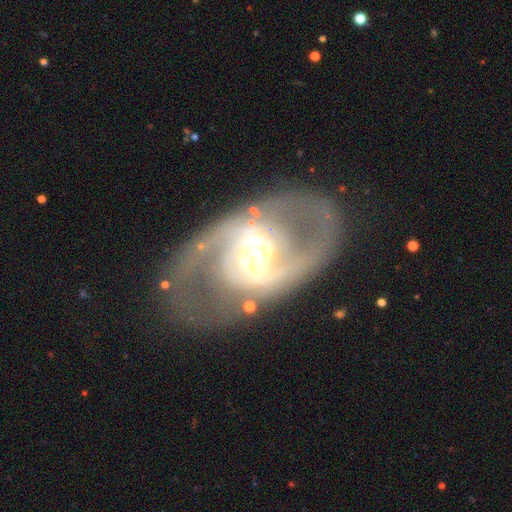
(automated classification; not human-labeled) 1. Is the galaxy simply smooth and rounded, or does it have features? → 88% featured or disk, 6% smooth, 5% star or artifact.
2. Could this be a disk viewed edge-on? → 96% no, 4% yes.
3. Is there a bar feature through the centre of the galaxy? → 43% weak, 29% no, 28% strong.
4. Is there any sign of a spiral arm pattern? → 94% yes, 6% no.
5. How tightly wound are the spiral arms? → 49% medium, 36% tight, 15% loose.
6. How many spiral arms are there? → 80% 2, 9% can't tell, 5% 3, 3% 1, 2% 4, 2% more than 4.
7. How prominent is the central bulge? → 58% moderate, 22% large, 16% small, 2% dominant, 2% none.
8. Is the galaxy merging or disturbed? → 66% none, 17% minor disturbance, 14% major disturbance, 3% merger.